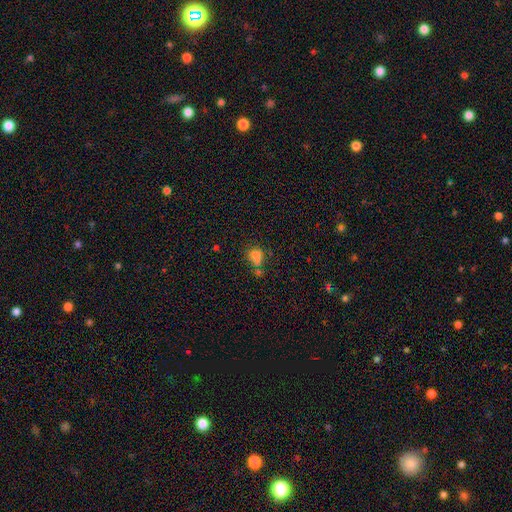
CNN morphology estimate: This appears to be a smooth galaxy with no disk features (76%) that is in between round and cigar-shaped (52%). Merging: none (39%).